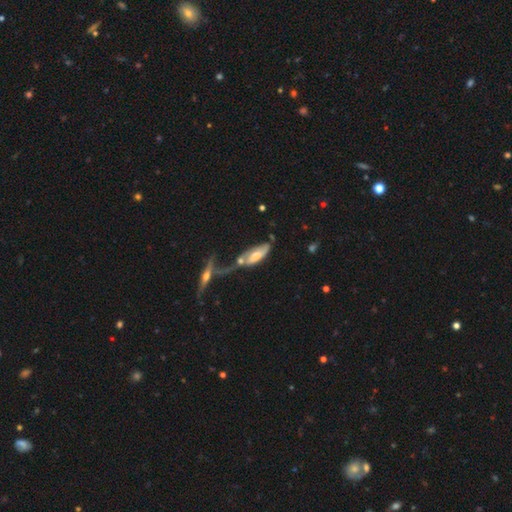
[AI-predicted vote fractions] The model was most divided on "smooth or featured": featured or disk: 47%, smooth: 46%, star or artifact: 8%. Remaining: merging — merger (48%).